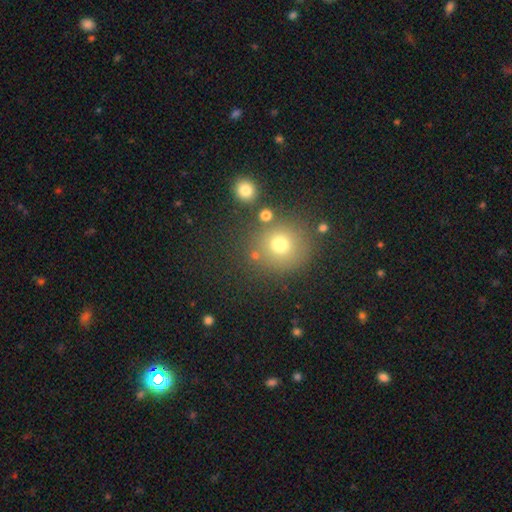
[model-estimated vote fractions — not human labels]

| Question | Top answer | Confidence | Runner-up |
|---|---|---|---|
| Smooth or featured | smooth | 69% | star or artifact (21%) |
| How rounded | round | 89% | in between (10%) |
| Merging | none | 78% | minor disturbance (10%) |